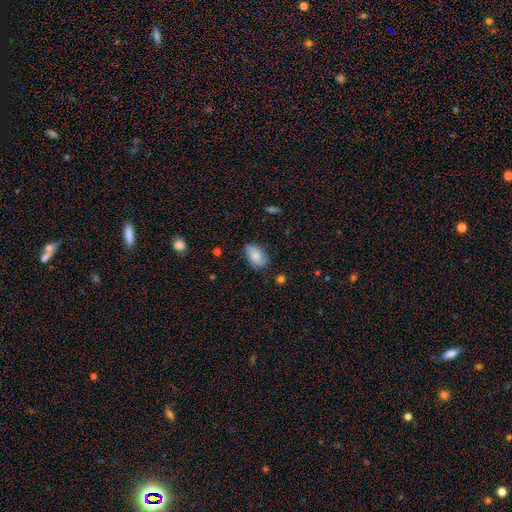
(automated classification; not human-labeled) Smooth or featured?
  - smooth: 74% *
  - featured or disk: 18%
  - star or artifact: 8%
How rounded?
  - in between: 90% *
  - round: 8%
  - cigar-shaped: 2%
Merging?
  - none: 65% *
  - minor disturbance: 27%
  - major disturbance: 7%
  - merger: 2%